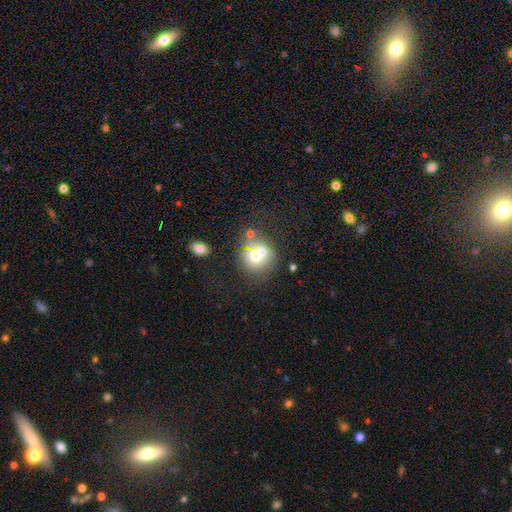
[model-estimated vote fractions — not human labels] smooth 60%, featured or disk 25%, star or artifact 15%. Down the decision tree: how rounded — round (80%); merging — none (43%).